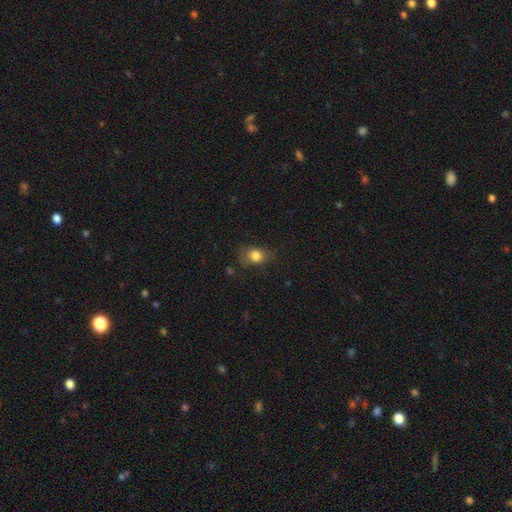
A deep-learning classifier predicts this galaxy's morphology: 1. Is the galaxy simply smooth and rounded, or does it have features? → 80% smooth, 10% star or artifact, 10% featured or disk.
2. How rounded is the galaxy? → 50% in between, 48% round, 2% cigar-shaped.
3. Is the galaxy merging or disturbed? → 61% none, 26% minor disturbance, 11% major disturbance, 2% merger.